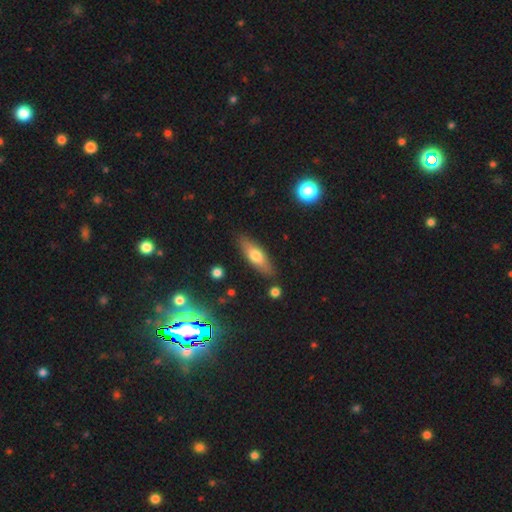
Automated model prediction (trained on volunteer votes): A smooth galaxy with no disk features (64%) that is in between round and cigar-shaped (50%).

Vote fractions:
- Smooth or featured? smooth: 64% / featured or disk: 30% / star or artifact: 7%
- How rounded? in between: 50% / cigar-shaped: 47% / round: 2%
- Merging? none: 84% / minor disturbance: 11% / merger: 3% / major disturbance: 2%